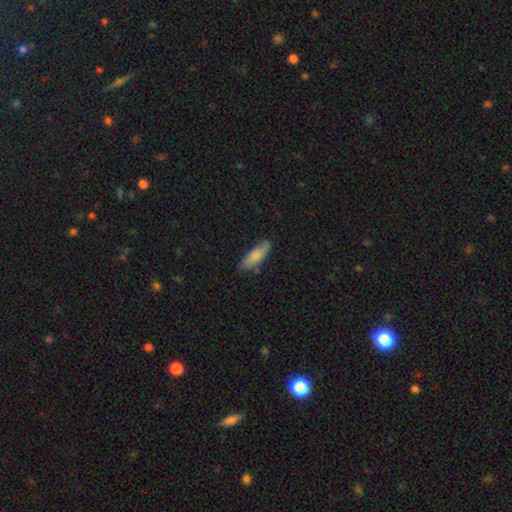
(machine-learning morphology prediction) Smooth or featured: smooth — 78% (featured or disk — 16%)
How rounded: in between — 57% (cigar-shaped — 41%)
Merging: none — 70% (minor disturbance — 23%)